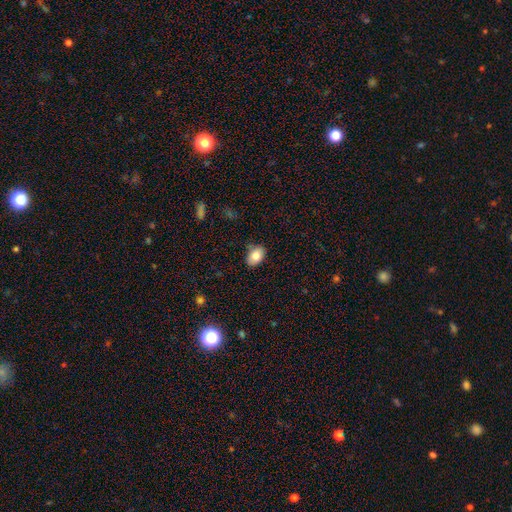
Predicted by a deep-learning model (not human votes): smooth_or_featured: smooth (p=0.82) [alt: featured or disk p=0.10]
how_rounded: in between (p=0.82) [alt: round p=0.17]
merging: none (p=0.78) [alt: minor disturbance p=0.17]